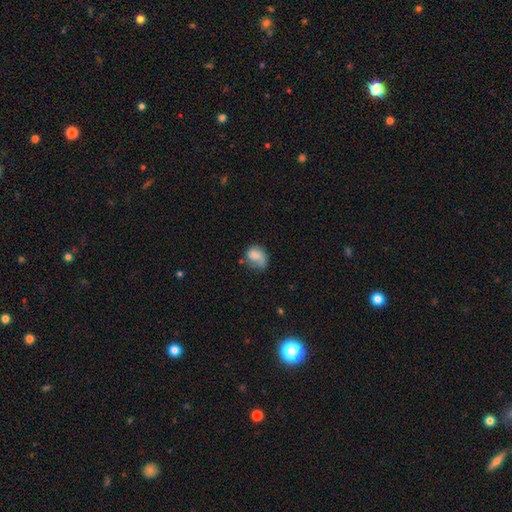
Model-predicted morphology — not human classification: smooth-or-featured: smooth: 68% | featured or disk: 23% | star or artifact: 9%
  how-rounded: in between: 58% | round: 41% | cigar-shaped: 1%
  merging: none: 38% | minor disturbance: 33% | major disturbance: 23% | merger: 5%